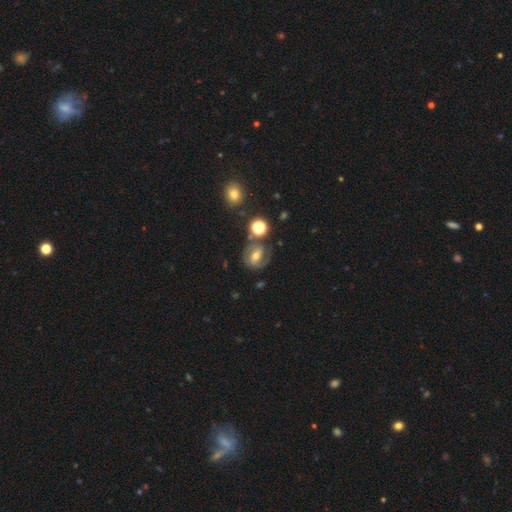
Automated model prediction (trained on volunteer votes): Smooth or featured? Predicted: featured or disk (p=0.65). Edge-on disk? Predicted: no (p=0.96). Bar? Predicted: weak (p=0.41). Spiral arms? Predicted: yes (p=0.84). Spiral winding? Predicted: medium (p=0.46). Spiral arm count? Predicted: 2 (p=0.74). Bulge size? Predicted: moderate (p=0.62). Merging? Predicted: none (p=0.66).